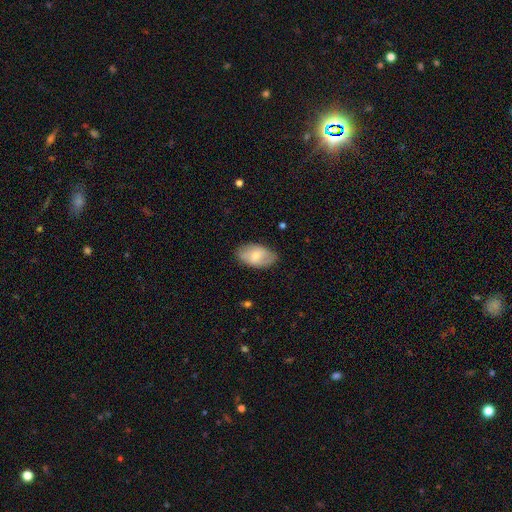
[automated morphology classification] smooth 67%, featured or disk 27%, star or artifact 6%. Down the decision tree: how rounded — in between (93%); merging — none (82%).